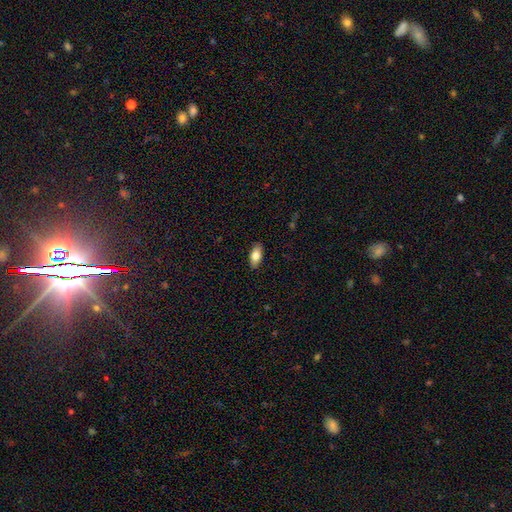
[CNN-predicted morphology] A smooth galaxy with no disk features (79%) that is in between round and cigar-shaped (89%). Merging: none (89%).